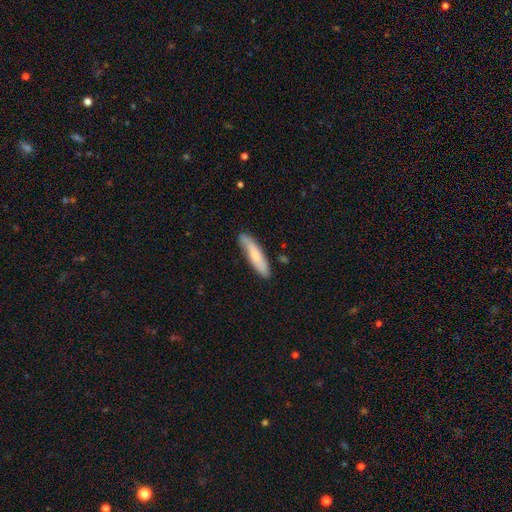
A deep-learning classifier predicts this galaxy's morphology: This appears to be a smooth galaxy with no disk features (64%) that is cigar-shaped (76%). Merging: none (81%).